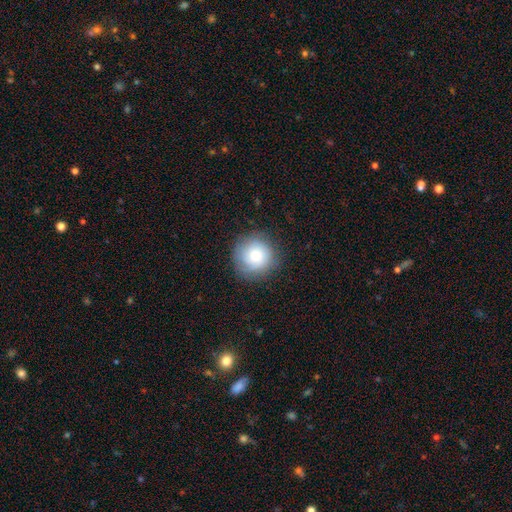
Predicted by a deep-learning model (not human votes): Smooth or featured? Predicted: smooth (p=0.69). How rounded? Predicted: round (p=0.94). Merging? Predicted: none (p=0.82).